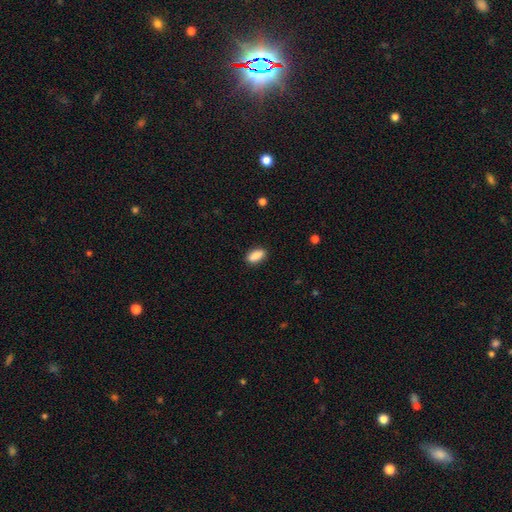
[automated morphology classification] Q: Smooth or featured?
A: smooth (89%); runner-up: star or artifact (7%)
Q: How rounded?
A: in between (89%); runner-up: cigar-shaped (8%)
Q: Merging?
A: none (88%); runner-up: minor disturbance (9%)